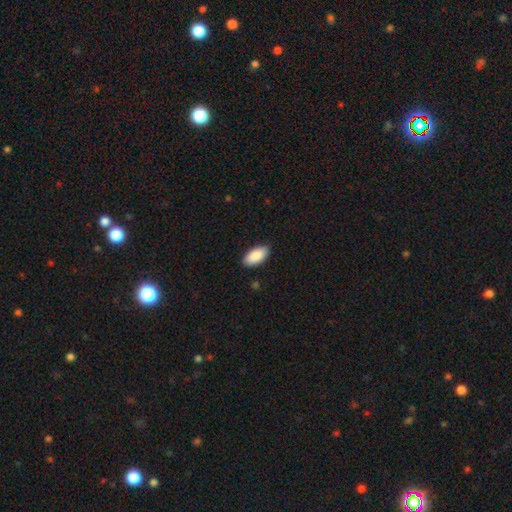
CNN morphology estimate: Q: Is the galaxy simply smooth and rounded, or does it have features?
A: smooth — 90%.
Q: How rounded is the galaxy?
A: in between — 94%.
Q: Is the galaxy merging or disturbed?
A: none — 87%.